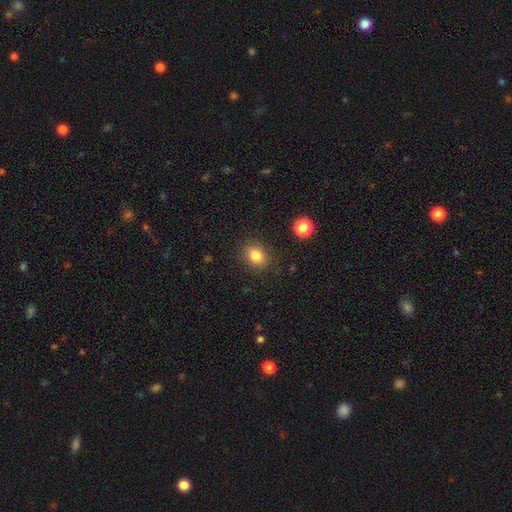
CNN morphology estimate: Smooth or featured: smooth — 83% (star or artifact — 11%)
How rounded: in between — 51% (round — 48%)
Merging: none — 86% (minor disturbance — 9%)